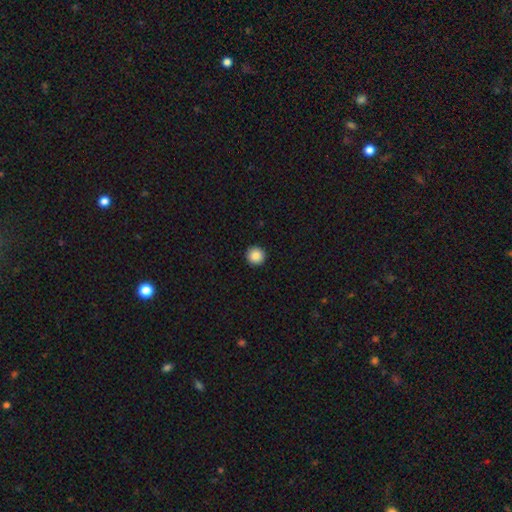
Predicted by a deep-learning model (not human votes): A smooth galaxy with no disk features (87%) that is round (96%). Merging: none (94%).